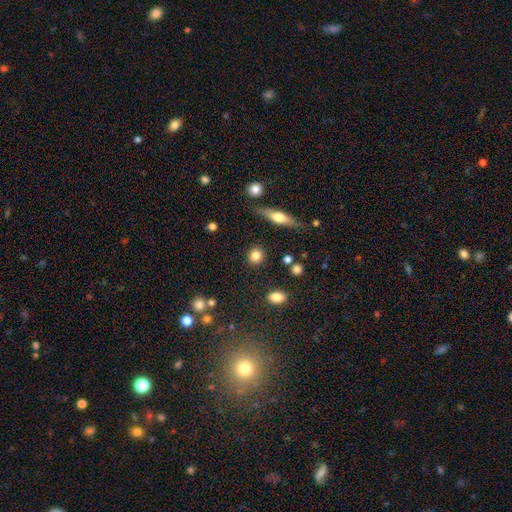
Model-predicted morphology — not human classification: Smooth or featured? smooth (83%)
How rounded? round (86%)
Merging? none (89%)